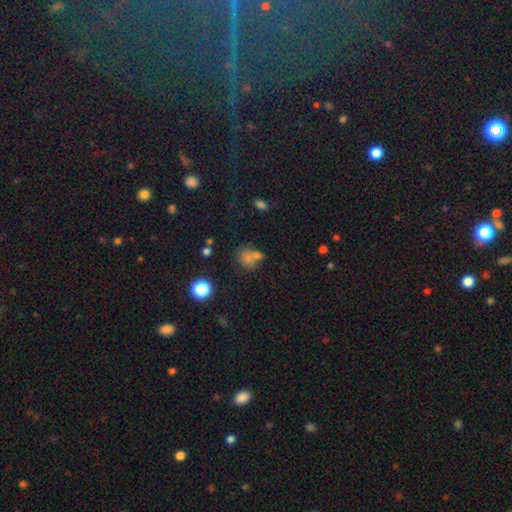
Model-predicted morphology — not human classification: This appears to be a smooth galaxy with no disk features (68%) that is round (67%). Merging: none (49%).